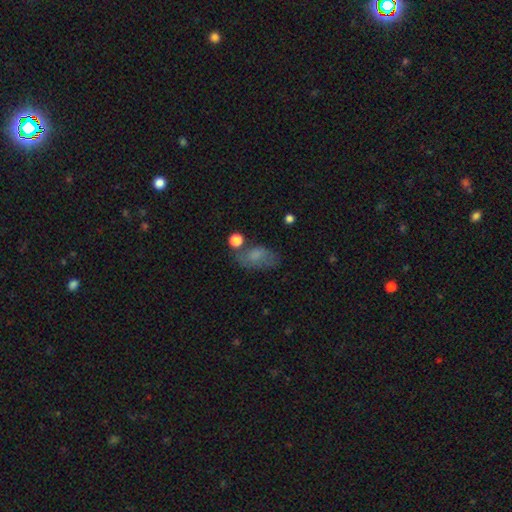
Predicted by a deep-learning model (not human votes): Smooth or featured? smooth (67%)
How rounded? in between (88%)
Merging? none (49%)